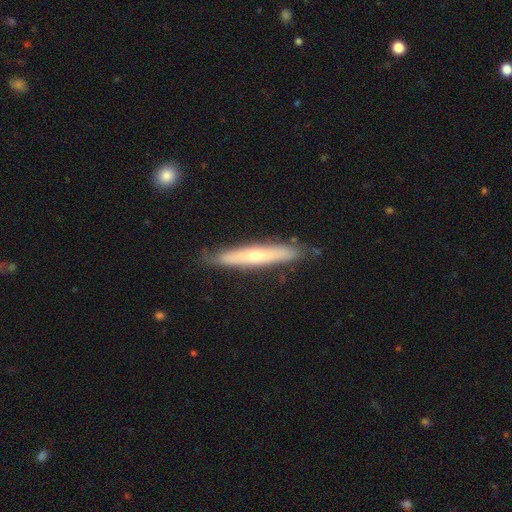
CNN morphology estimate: A featured or disk galaxy (55%) viewed edge-on (83%). Merging: none (82%).